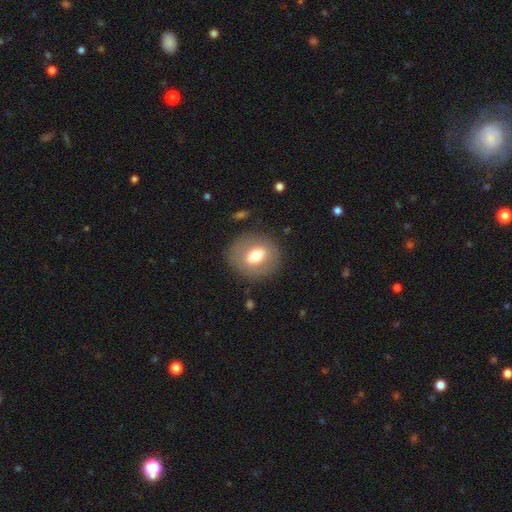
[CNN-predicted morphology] A smooth galaxy with no disk features (63%) that is round (66%). Merging: none (84%).